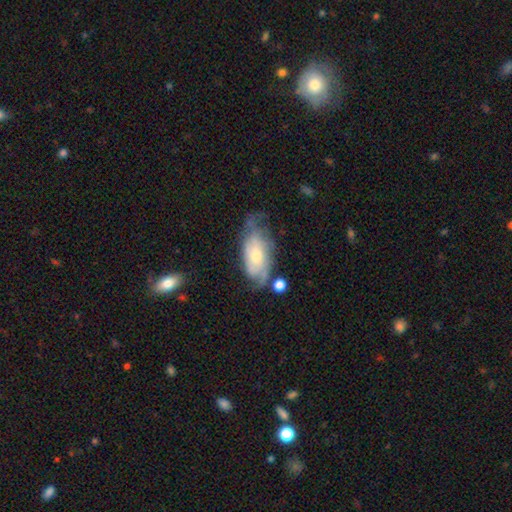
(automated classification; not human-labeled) Smooth or featured?
  - featured or disk: 63% *
  - smooth: 30%
  - star or artifact: 7%
Edge-on disk?
  - no: 91% *
  - yes: 9%
Bar?
  - no: 72% *
  - weak: 23%
  - strong: 4%
Spiral arms?
  - yes: 80% *
  - no: 20%
Bulge size?
  - moderate: 50% *
  - small: 41%
  - large: 5%
  - none: 2%
  - dominant: 1%
Merging?
  - none: 47% *
  - minor disturbance: 30%
  - major disturbance: 18%
  - merger: 5%